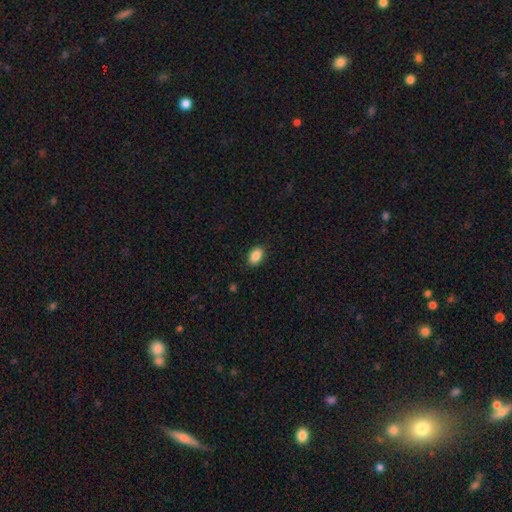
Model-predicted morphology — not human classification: Overall: smooth (88%). How rounded: in between (86%). Merging: none (87%).